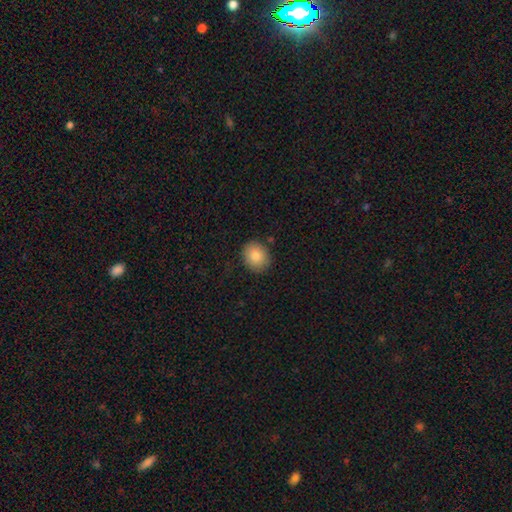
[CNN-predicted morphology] smooth_or_featured: smooth (p=0.84) [alt: star or artifact p=0.08]
how_rounded: round (p=0.65) [alt: in between p=0.34]
merging: none (p=0.86) [alt: minor disturbance p=0.10]